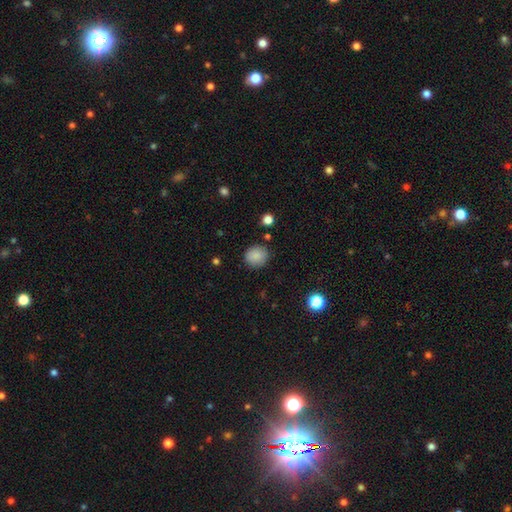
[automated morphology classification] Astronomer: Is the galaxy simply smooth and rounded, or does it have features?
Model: smooth — 87%.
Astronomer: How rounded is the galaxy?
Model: round — 81%.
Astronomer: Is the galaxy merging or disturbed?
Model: none — 85%.